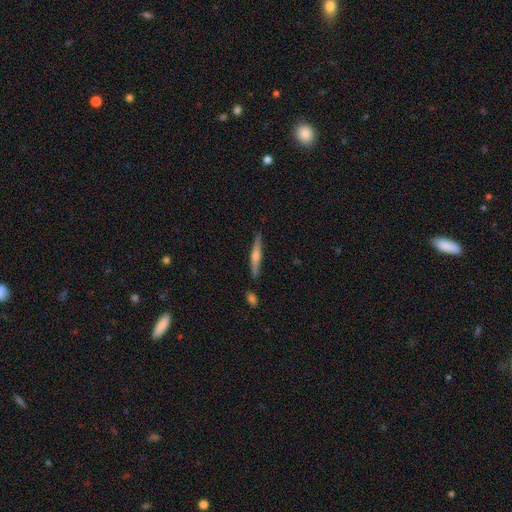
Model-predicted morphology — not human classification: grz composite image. It shows a featured or disk galaxy (66%) viewed edge-on (98%) with a rounded central bulge (81%). Merging: none (88%).